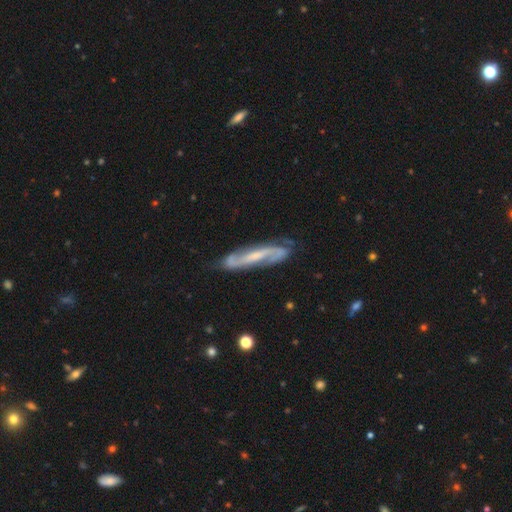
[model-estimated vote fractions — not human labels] A featured or disk galaxy (81%) with a weak bar (37%), 2 (86%) medium (47%) spiral arms (94%) and a small central bulge (56%).

Vote fractions:
- Smooth or featured? featured or disk: 81% / smooth: 13% / star or artifact: 6%
- Edge-on disk? no: 73% / yes: 27%
- Bar? weak: 37% / strong: 36% / no: 26%
- Spiral arms? yes: 94% / no: 6%
- Spiral winding? medium: 47% / tight: 27% / loose: 27%
- Spiral arm count? 2: 86% / can't tell: 8% / 1: 2% / 3: 2% / 4: 1% / more than 4: 1%
- Bulge size? small: 56% / moderate: 25% / none: 15% / large: 3% / dominant: 1%
- Merging? none: 74% / minor disturbance: 18% / major disturbance: 5% / merger: 2%